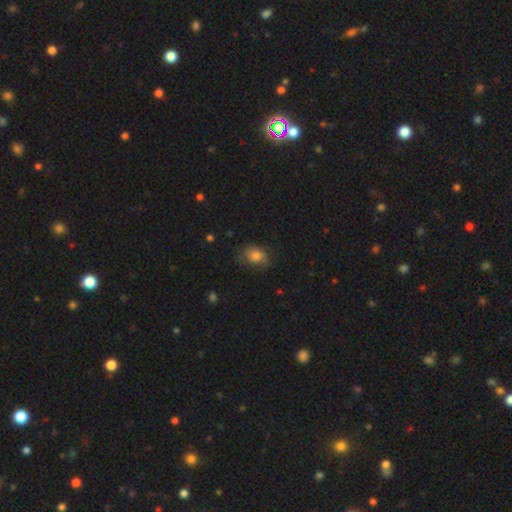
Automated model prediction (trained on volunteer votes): A smooth galaxy with no disk features (71%) that is in between round and cigar-shaped (64%).

Vote fractions:
- Smooth or featured? smooth: 71% / featured or disk: 19% / star or artifact: 10%
- How rounded? in between: 64% / round: 35% / cigar-shaped: 1%
- Merging? none: 65% / minor disturbance: 25% / major disturbance: 9% / merger: 1%